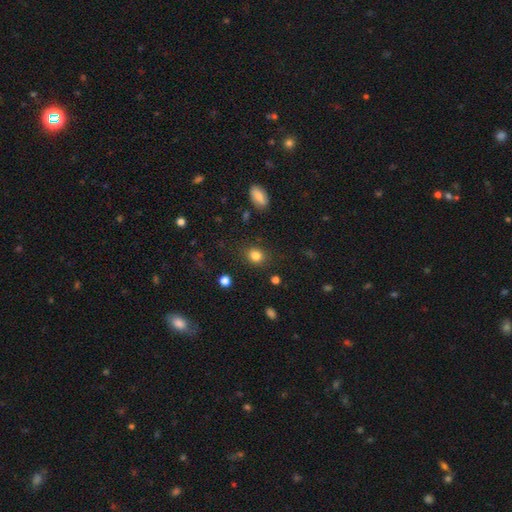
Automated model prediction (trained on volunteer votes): This is clearly a smooth galaxy (83%). How rounded: likely round (66%). Merging: clearly none (85%).